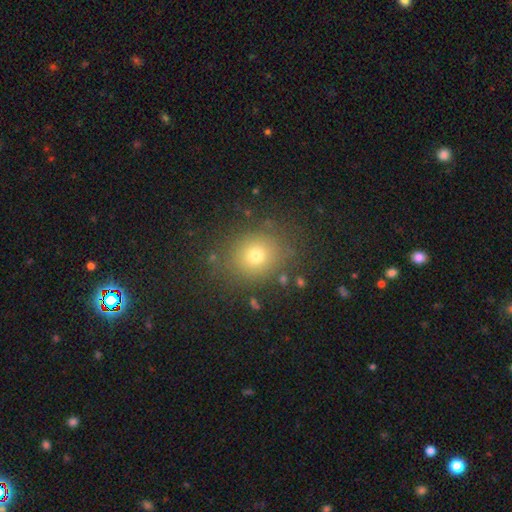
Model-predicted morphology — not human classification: Smooth or featured?
  - smooth: 72% *
  - star or artifact: 17%
  - featured or disk: 11%
How rounded?
  - round: 70% *
  - in between: 29%
  - cigar-shaped: 1%
Merging?
  - none: 82% *
  - minor disturbance: 11%
  - major disturbance: 5%
  - merger: 2%